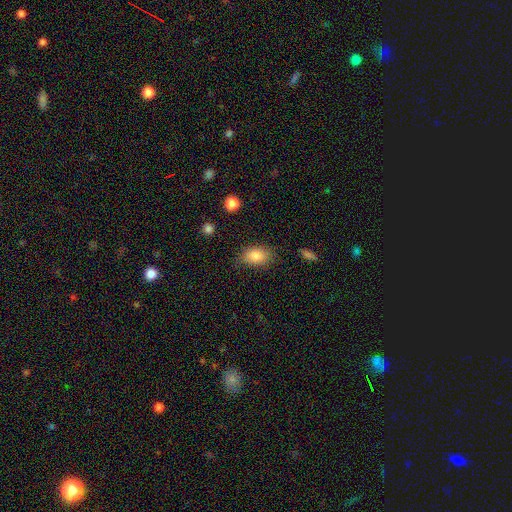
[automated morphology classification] Smooth or featured?
  - smooth: 84% *
  - star or artifact: 8%
  - featured or disk: 8%
How rounded?
  - in between: 86% *
  - round: 12%
  - cigar-shaped: 2%
Merging?
  - none: 75% *
  - minor disturbance: 18%
  - major disturbance: 5%
  - merger: 2%